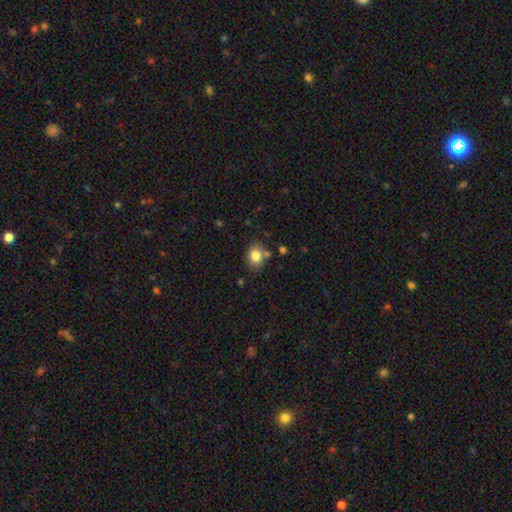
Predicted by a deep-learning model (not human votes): smooth_or_featured: smooth (p=0.81) [alt: star or artifact p=0.10]
how_rounded: in between (p=0.54) [alt: round p=0.45]
merging: none (p=0.74) [alt: minor disturbance p=0.15]